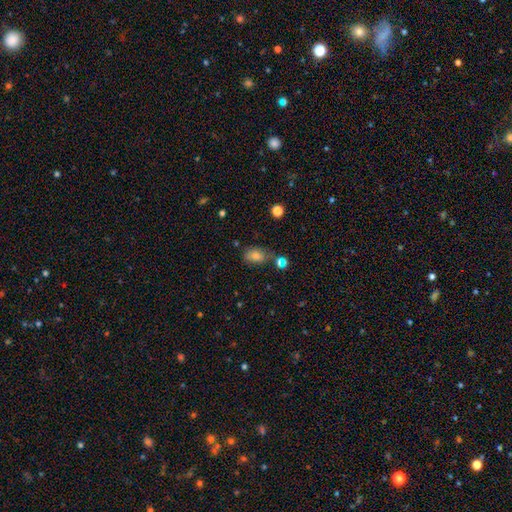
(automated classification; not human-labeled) The model was most divided on "merging": none: 57%, minor disturbance: 20%, merger: 16%, major disturbance: 7%. More confident: how rounded — in between (84%); smooth or featured — smooth (74%).